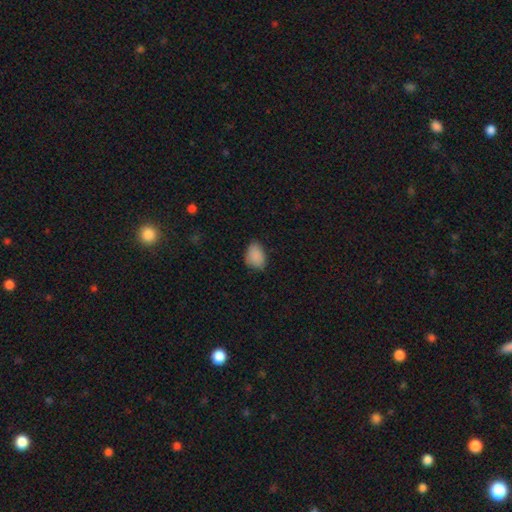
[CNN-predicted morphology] Smooth or featured: smooth — 87% (star or artifact — 8%)
How rounded: in between — 76% (round — 23%)
Merging: none — 70% (minor disturbance — 25%)